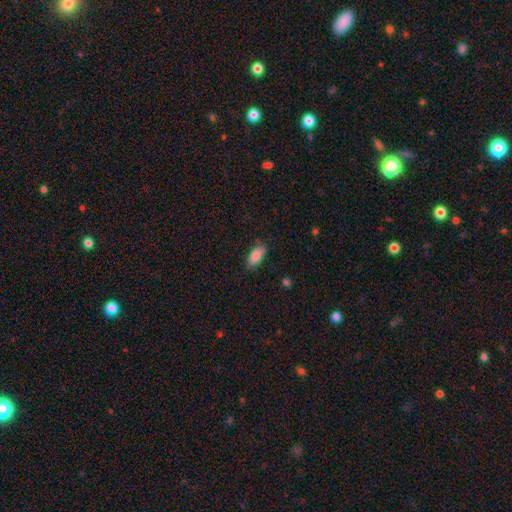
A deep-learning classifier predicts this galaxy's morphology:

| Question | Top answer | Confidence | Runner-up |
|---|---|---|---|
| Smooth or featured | smooth | 85% | featured or disk (8%) |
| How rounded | in between | 87% | cigar-shaped (11%) |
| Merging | none | 77% | minor disturbance (18%) |